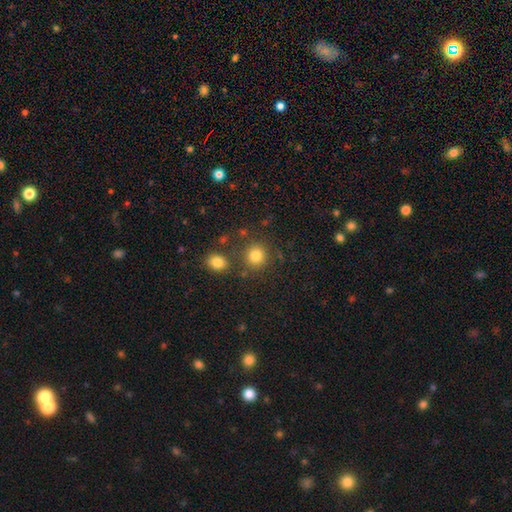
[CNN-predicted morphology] Smooth or featured? Predicted: smooth (p=0.82). How rounded? Predicted: round (p=0.89). Merging? Predicted: none (p=0.78).